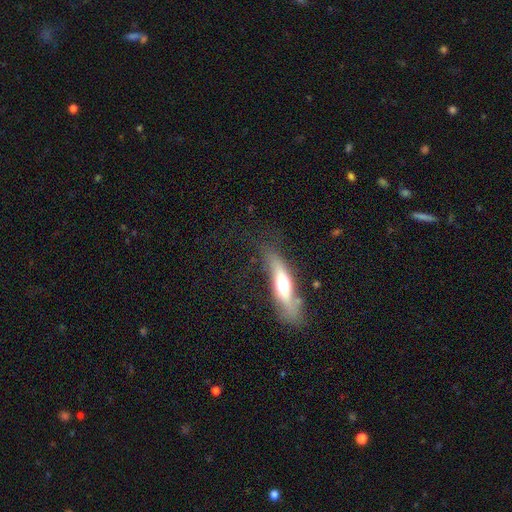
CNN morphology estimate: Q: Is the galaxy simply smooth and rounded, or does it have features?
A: featured or disk — 54%.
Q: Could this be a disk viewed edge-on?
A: yes — 74%.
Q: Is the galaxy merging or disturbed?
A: none — 66%.